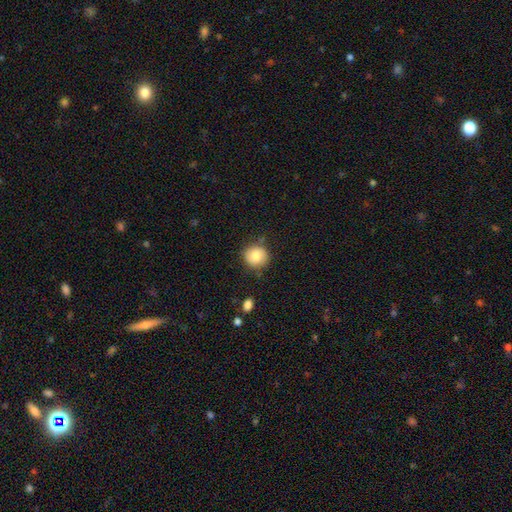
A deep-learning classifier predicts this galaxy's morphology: This appears to be a smooth galaxy with no disk features (79%) that is round (89%). Merging: none (78%).